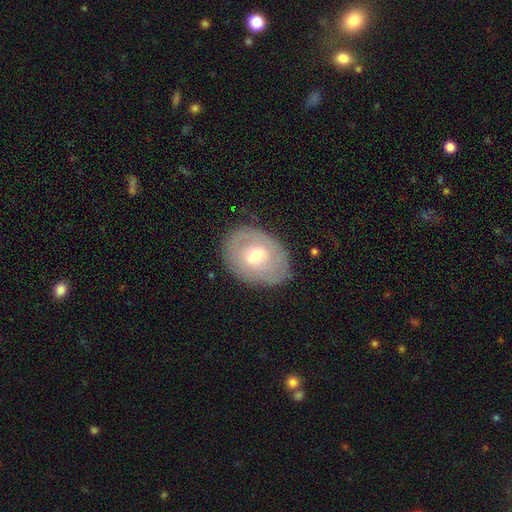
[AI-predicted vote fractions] featured or disk 47%, smooth 46%, star or artifact 7%. Down the decision tree: merging — none (80%).